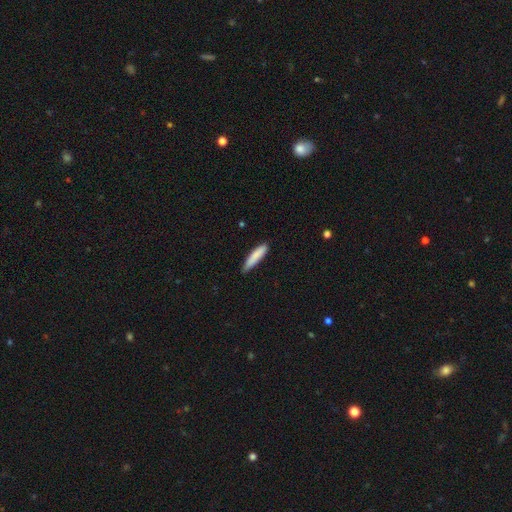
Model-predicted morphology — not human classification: Q: Smooth or featured?
A: smooth (84%); runner-up: featured or disk (10%)
Q: How rounded?
A: cigar-shaped (83%); runner-up: in between (16%)
Q: Merging?
A: none (77%); runner-up: minor disturbance (19%)